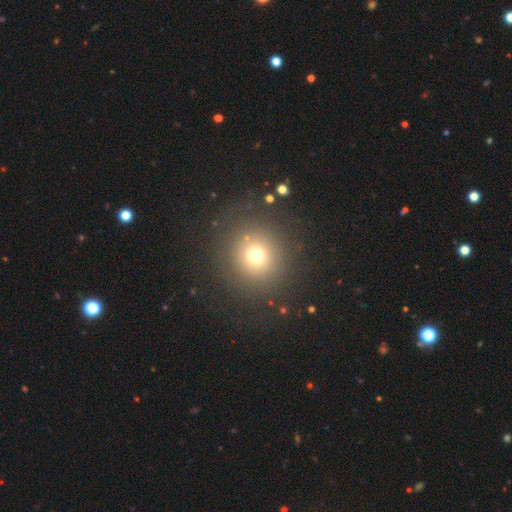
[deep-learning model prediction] Smooth or featured?
  - smooth: 70% *
  - star or artifact: 19%
  - featured or disk: 10%
How rounded?
  - round: 93% *
  - in between: 6%
  - cigar-shaped: 1%
Merging?
  - none: 85% *
  - minor disturbance: 8%
  - major disturbance: 6%
  - merger: 2%